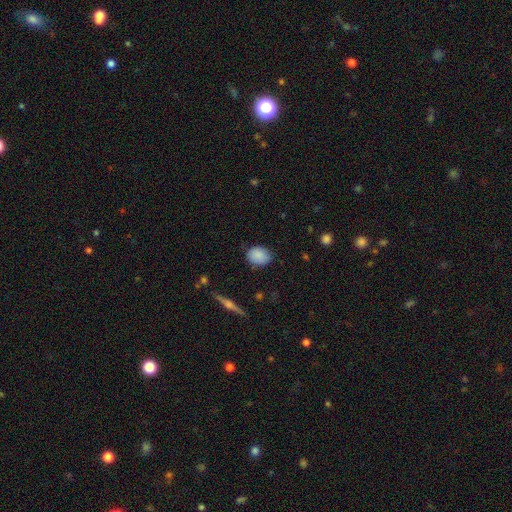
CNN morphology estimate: Smooth or featured: smooth — 86% (star or artifact — 7%)
How rounded: in between — 60% (round — 38%)
Merging: none — 79% (minor disturbance — 17%)